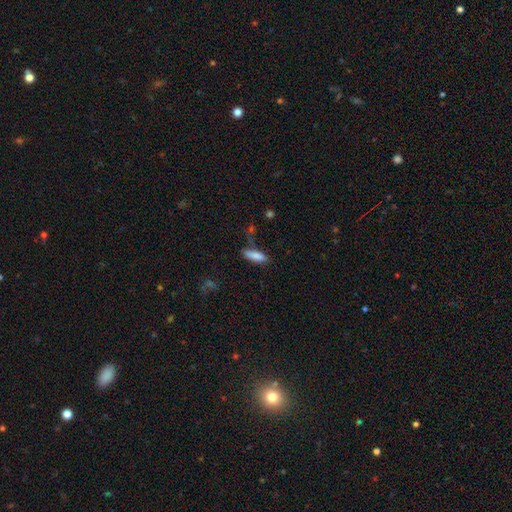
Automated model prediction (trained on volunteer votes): smooth_or_featured: smooth (p=0.83) [alt: featured or disk p=0.10]
how_rounded: cigar-shaped (p=0.54) [alt: in between p=0.44]
merging: none (p=0.63) [alt: minor disturbance p=0.23]